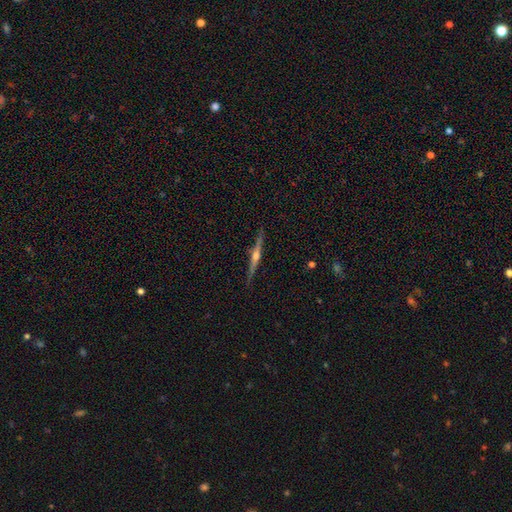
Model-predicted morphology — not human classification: This is clearly a featured or disk galaxy (84%). It is clearly viewed edge-on (98%). Edge-on bulge: clearly rounded (91%). Merging: clearly none (90%).